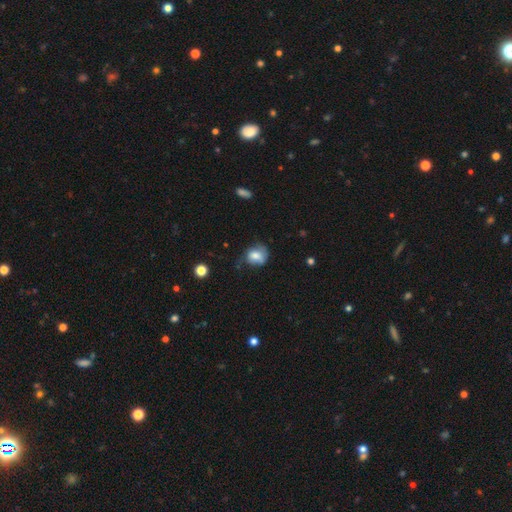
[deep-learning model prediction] This appears to be a smooth galaxy with no disk features (70%) that is round (57%). Merging: none (42%).